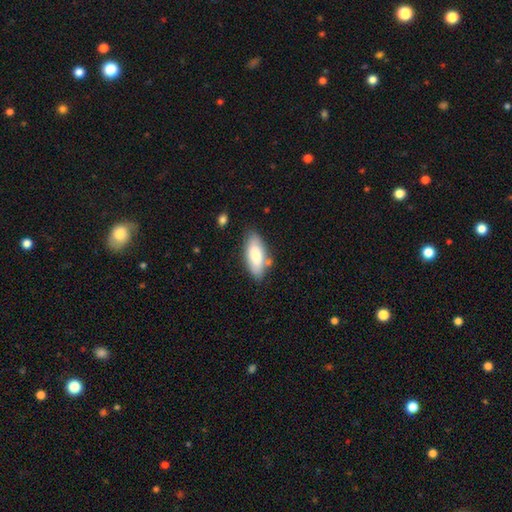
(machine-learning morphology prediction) Smooth or featured: smooth — 78% (featured or disk — 16%)
How rounded: in between — 82% (cigar-shaped — 16%)
Merging: none — 75% (minor disturbance — 16%)